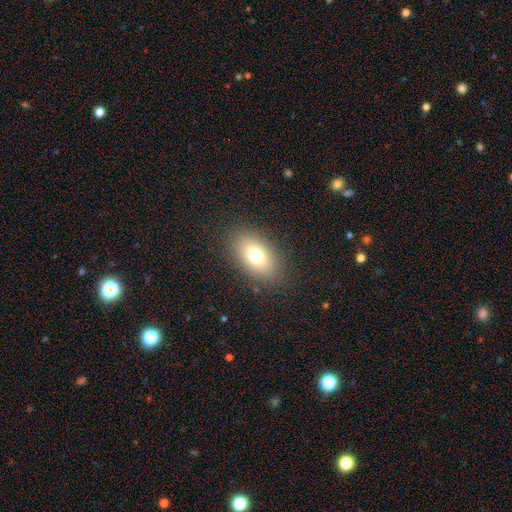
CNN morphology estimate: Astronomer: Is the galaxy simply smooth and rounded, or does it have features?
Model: smooth — 73%.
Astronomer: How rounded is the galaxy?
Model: in between — 87%.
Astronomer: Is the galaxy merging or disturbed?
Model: none — 85%.